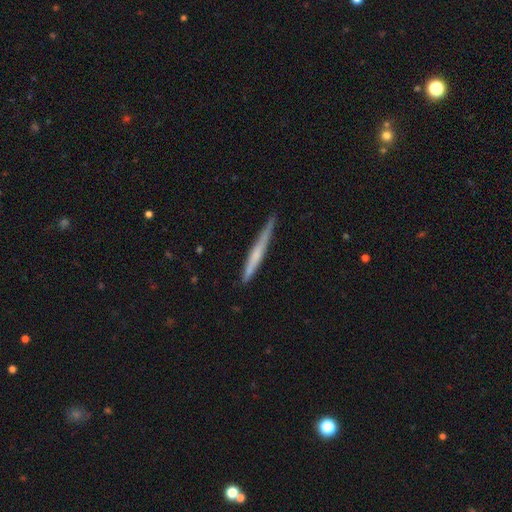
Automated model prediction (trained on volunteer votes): smooth-or-featured: smooth: 48% | featured or disk: 46% | star or artifact: 6%
  merging: none: 79% | minor disturbance: 17% | major disturbance: 2% | merger: 2%